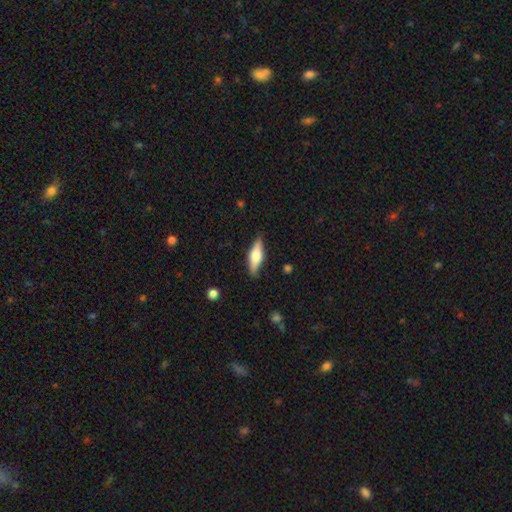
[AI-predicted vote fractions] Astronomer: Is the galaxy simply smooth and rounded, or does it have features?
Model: smooth — 53% (runner-up: featured or disk, 41%).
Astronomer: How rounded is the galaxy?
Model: in between — 50% (runner-up: cigar-shaped, 48%).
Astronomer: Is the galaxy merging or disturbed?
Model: none — 84%.